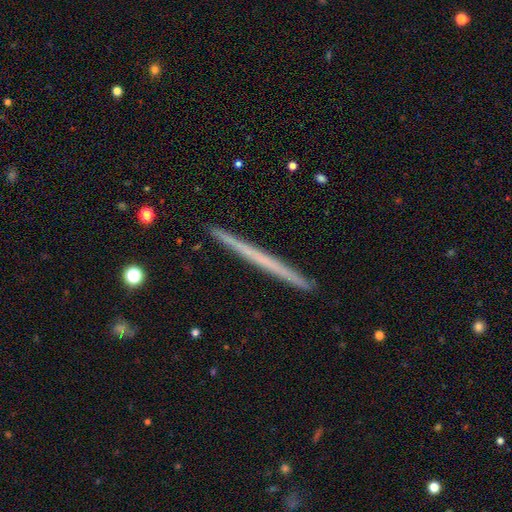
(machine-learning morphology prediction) A featured or disk galaxy (51%) viewed edge-on (98%). Merging: none (93%).